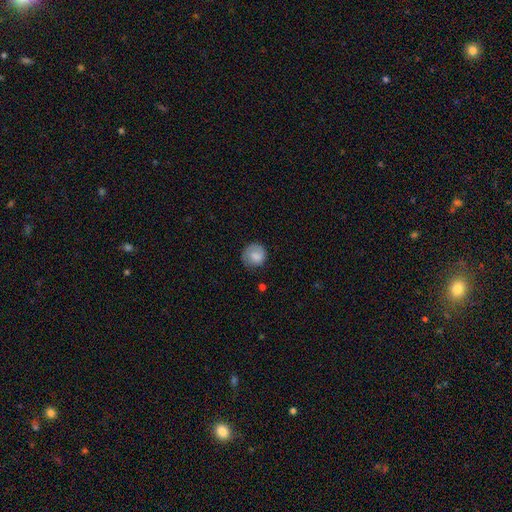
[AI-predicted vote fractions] Q: Smooth or featured?
A: smooth (80%); runner-up: featured or disk (12%)
Q: How rounded?
A: round (87%); runner-up: in between (12%)
Q: Merging?
A: none (71%); runner-up: minor disturbance (21%)